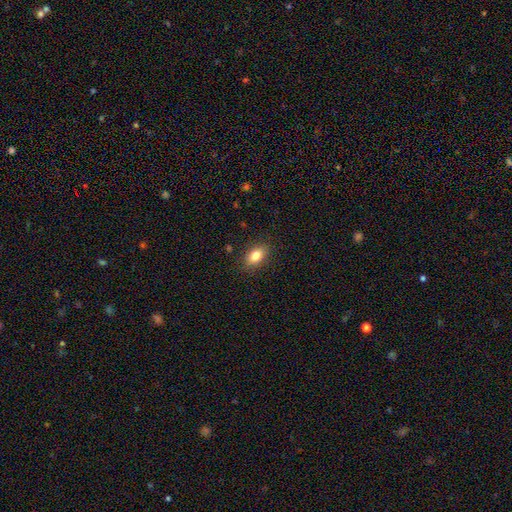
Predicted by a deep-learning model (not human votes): A smooth galaxy with no disk features (80%) that is in between round and cigar-shaped (85%). Merging: none (87%).